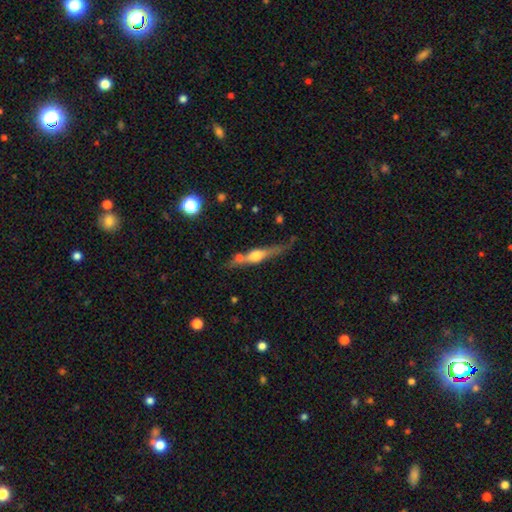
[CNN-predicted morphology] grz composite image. It shows a featured or disk galaxy (64%) viewed edge-on (93%) with a rounded central bulge (90%). Merging: none (61%).